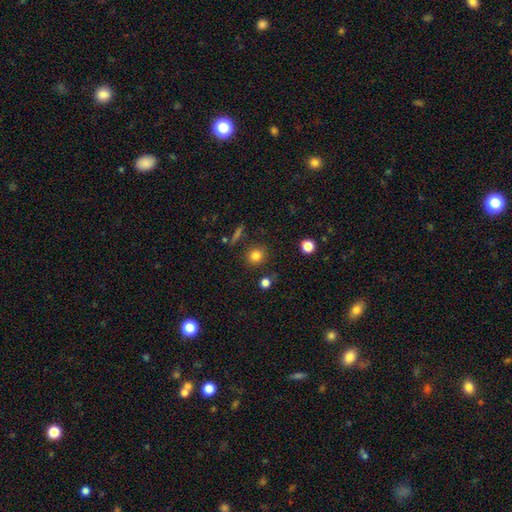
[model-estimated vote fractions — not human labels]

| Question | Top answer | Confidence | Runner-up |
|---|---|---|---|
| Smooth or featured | smooth | 81% | star or artifact (12%) |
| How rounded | round | 88% | in between (11%) |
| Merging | none | 86% | minor disturbance (8%) |